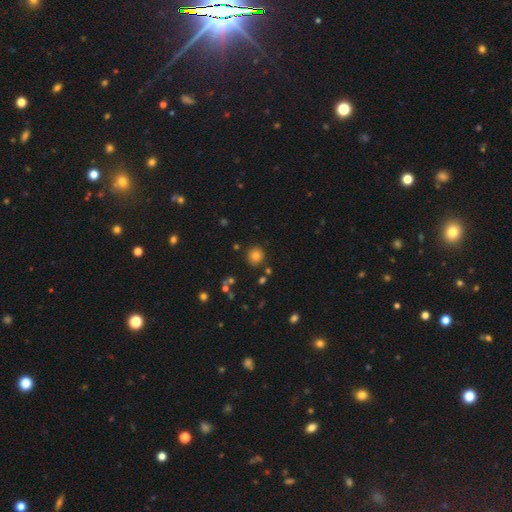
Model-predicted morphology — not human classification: This appears to be a smooth galaxy with no disk features (79%) that is round (92%). Merging: none (87%).